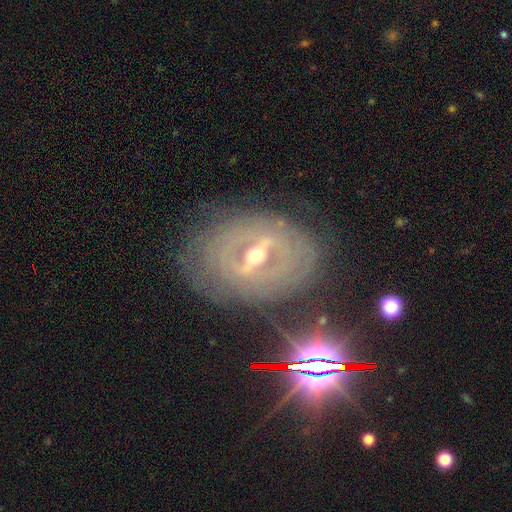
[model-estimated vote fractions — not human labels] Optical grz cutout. It shows a featured or disk galaxy (78%) with a strong bar (60%), tight (70%) spiral arms (75%) and a moderate central bulge (50%). Merging: none (77%).